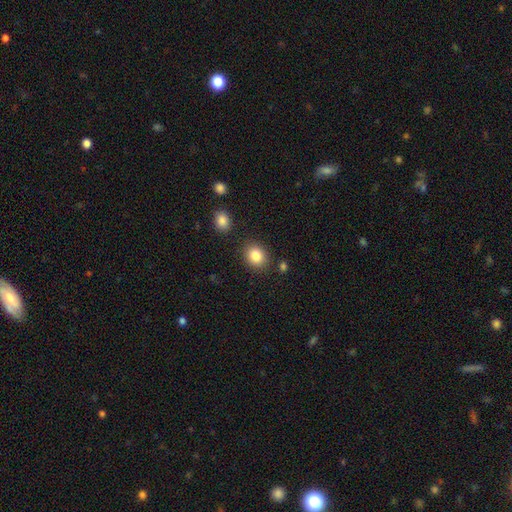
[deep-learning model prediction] smooth-or-featured: smooth: 85% | star or artifact: 9% | featured or disk: 6%
  how-rounded: round: 62% | in between: 37% | cigar-shaped: 1%
  merging: none: 85% | minor disturbance: 9% | merger: 4% | major disturbance: 3%